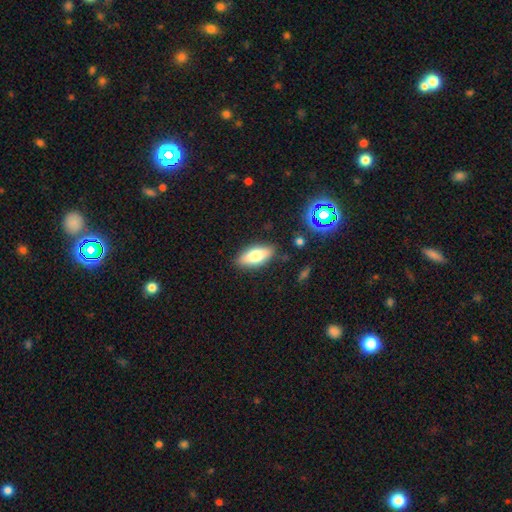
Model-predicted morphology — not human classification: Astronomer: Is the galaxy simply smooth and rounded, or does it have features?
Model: smooth — 68%.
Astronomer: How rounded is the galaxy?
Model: in between — 79%.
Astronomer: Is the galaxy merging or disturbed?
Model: none — 86%.